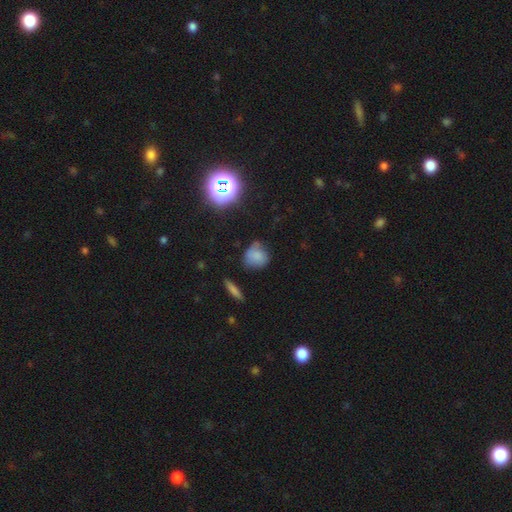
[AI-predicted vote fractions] This appears to be a smooth galaxy with no disk features (72%) that is round (74%). Merging: none (57%).